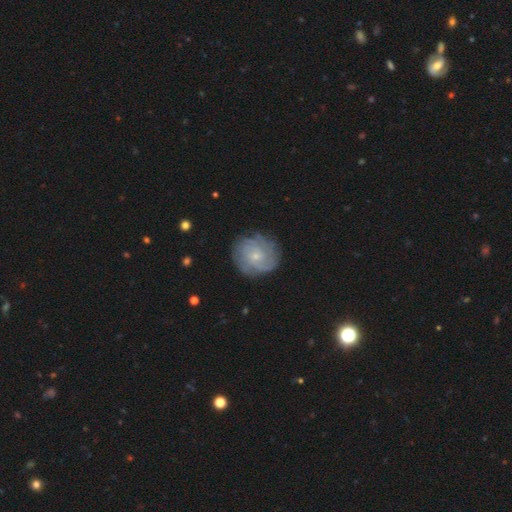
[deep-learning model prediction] The model was most divided on "spiral arm count": can't tell: 40%, 3: 16%, 4: 15%, 2: 14%, more than 4: 8%, 1: 7%. More confident: edge-on disk — no (98%); spiral arms — yes (92%); merging — none (80%); bulge size — small (77%); bar — no (73%); smooth or featured — featured or disk (72%); spiral winding — tight (63%).